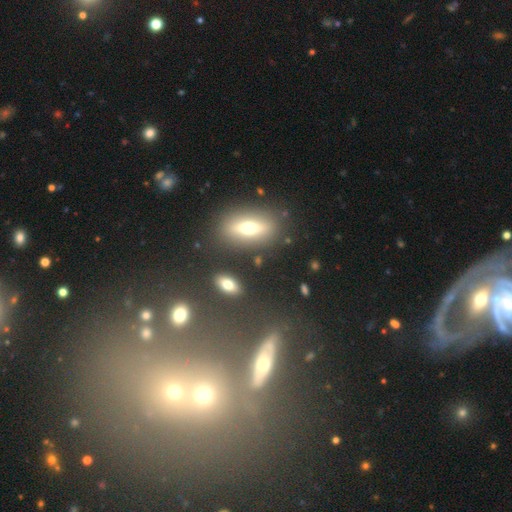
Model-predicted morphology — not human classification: Smooth or featured?
  - smooth: 50% *
  - featured or disk: 31%
  - star or artifact: 20%
Merging?
  - none: 78% *
  - minor disturbance: 12%
  - merger: 5%
  - major disturbance: 5%